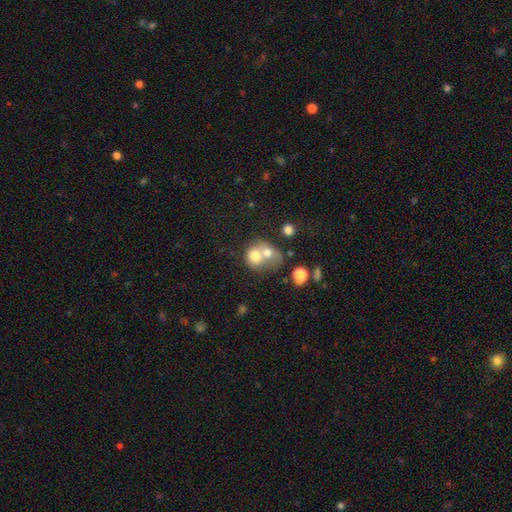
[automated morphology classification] smooth-or-featured: smooth: 66% | featured or disk: 24% | star or artifact: 10%
  how-rounded: round: 61% | in between: 38% | cigar-shaped: 1%
  merging: merger: 72% | none: 17% | minor disturbance: 6% | major disturbance: 5%